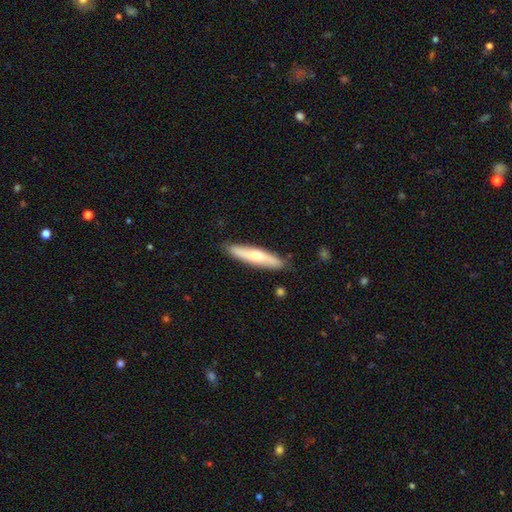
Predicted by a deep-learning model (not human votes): Smooth or featured? Predicted: smooth (p=0.54). How rounded? Predicted: cigar-shaped (p=0.84). Merging? Predicted: none (p=0.85).